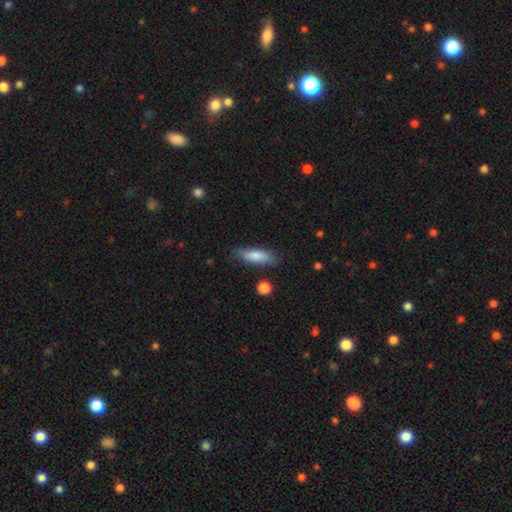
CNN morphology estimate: Q: Smooth or featured?
A: smooth (79%); runner-up: featured or disk (14%)
Q: How rounded?
A: in between (49%); tied with: cigar-shaped (49%)
Q: Merging?
A: none (76%); runner-up: minor disturbance (18%)